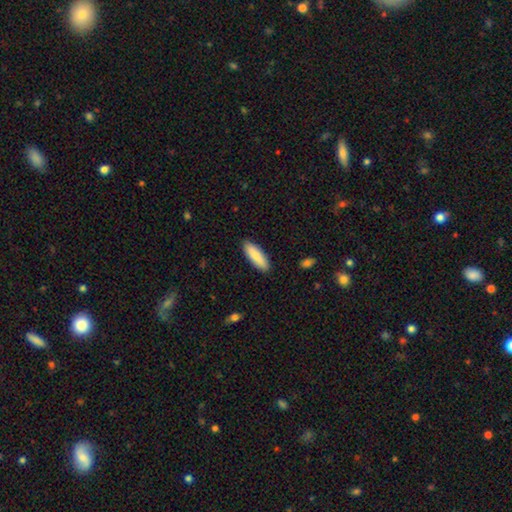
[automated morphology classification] A smooth galaxy with no disk features (84%) that is in between round and cigar-shaped (55%).

Vote fractions:
- Smooth or featured? smooth: 84% / featured or disk: 10% / star or artifact: 6%
- How rounded? in between: 55% / cigar-shaped: 44% / round: 2%
- Merging? none: 89% / minor disturbance: 8% / major disturbance: 2% / merger: 1%